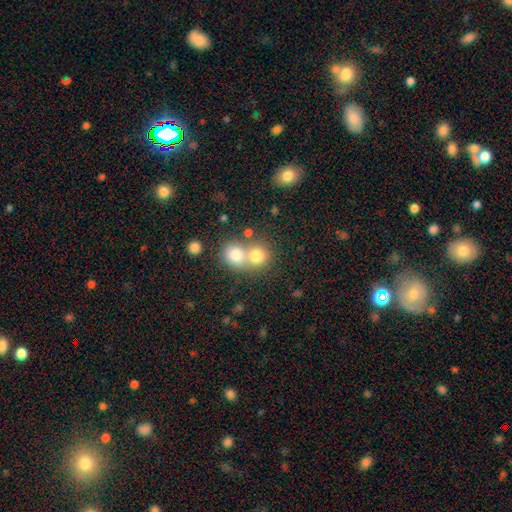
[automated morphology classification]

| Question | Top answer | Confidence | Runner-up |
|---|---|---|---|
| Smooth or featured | smooth | 67% | star or artifact (19%) |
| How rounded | round | 79% | in between (20%) |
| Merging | merger | 54% | none (38%) |